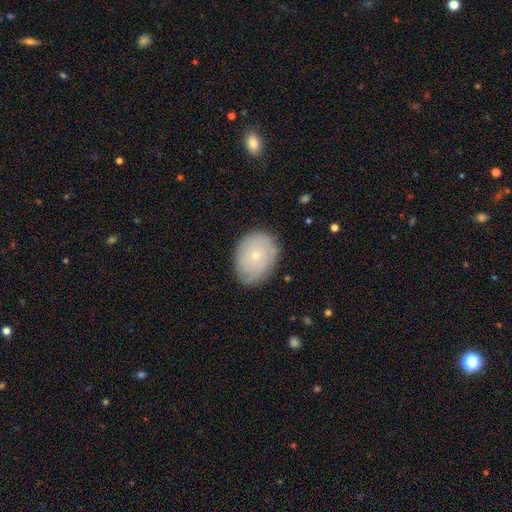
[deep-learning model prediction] Smooth or featured?
  - smooth: 60% *
  - featured or disk: 33%
  - star or artifact: 8%
How rounded?
  - in between: 64% *
  - round: 35%
  - cigar-shaped: 1%
Merging?
  - none: 78% *
  - minor disturbance: 17%
  - major disturbance: 4%
  - merger: 1%